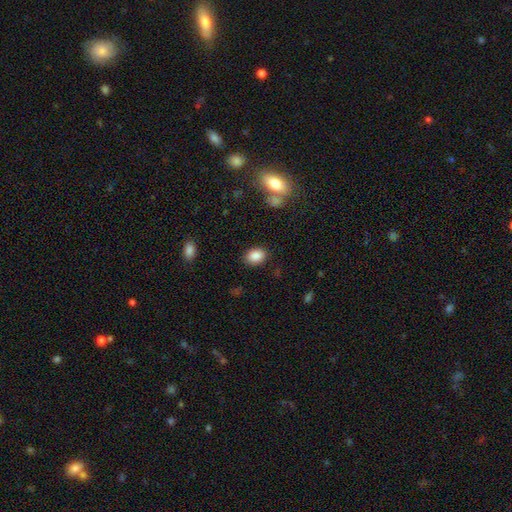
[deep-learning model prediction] Q: Smooth or featured?
A: smooth (87%); runner-up: star or artifact (8%)
Q: How rounded?
A: in between (72%); runner-up: round (27%)
Q: Merging?
A: none (85%); runner-up: minor disturbance (10%)